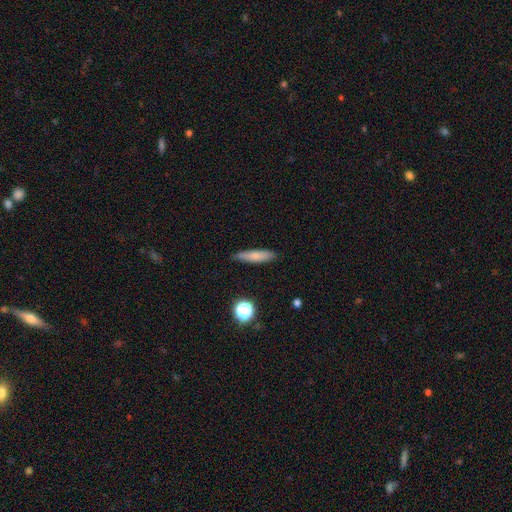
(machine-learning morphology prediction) Smooth or featured? Predicted: smooth (p=0.71). How rounded? Predicted: cigar-shaped (p=0.80). Merging? Predicted: none (p=0.82).